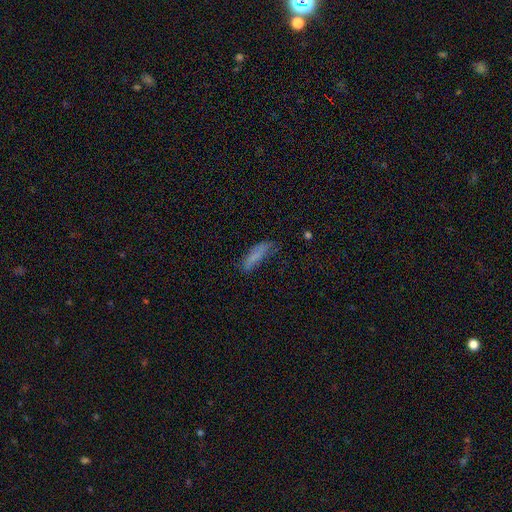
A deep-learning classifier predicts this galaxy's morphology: Smooth or featured? Predicted: smooth (p=0.76). How rounded? Predicted: cigar-shaped (p=0.62). Merging? Predicted: none (p=0.56).